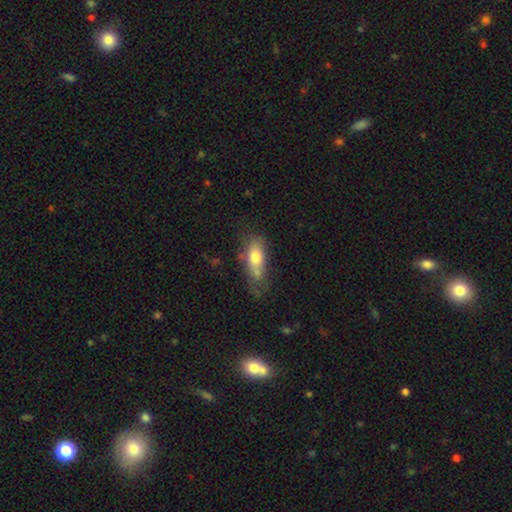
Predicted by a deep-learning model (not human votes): Smooth or featured?
  - smooth: 68% *
  - featured or disk: 22%
  - star or artifact: 10%
How rounded?
  - in between: 72% *
  - cigar-shaped: 22%
  - round: 6%
Merging?
  - none: 43% *
  - minor disturbance: 30%
  - major disturbance: 17%
  - merger: 10%